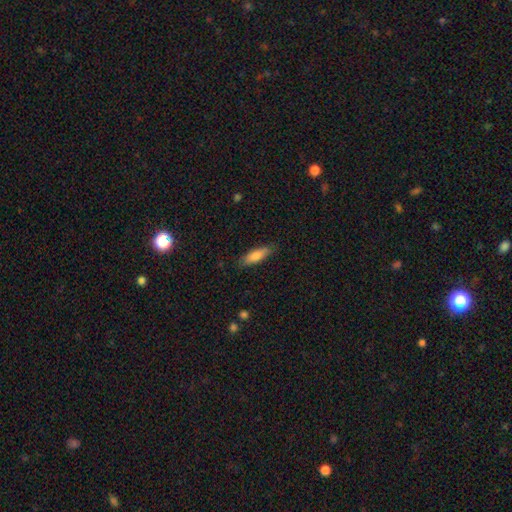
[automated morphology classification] Overall: smooth (78%). How rounded: cigar-shaped (55%; in between 43%). Merging: none (84%).